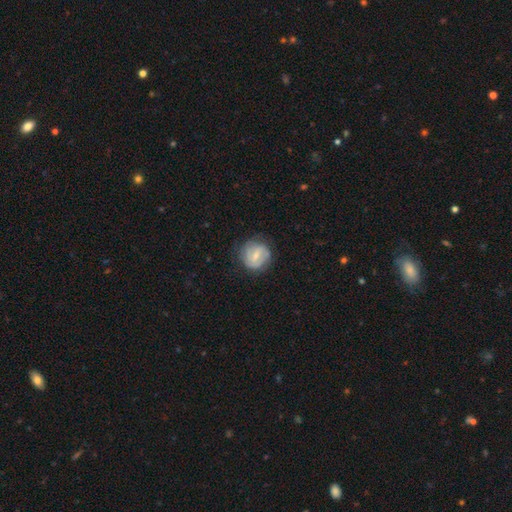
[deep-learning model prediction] The model was most divided on "spiral winding": tight: 48%, medium: 37%, loose: 15%. More confident: edge-on disk — no (97%); spiral arms — yes (82%); merging — none (77%); smooth or featured — featured or disk (63%); spiral arm count — 2 (59%); bulge size — small (56%); bar — weak (56%).